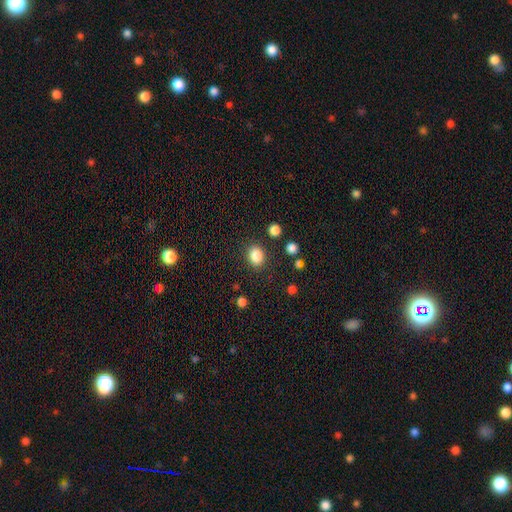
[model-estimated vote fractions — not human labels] The model was most divided on "how rounded": round: 64%, in between: 35%, cigar-shaped: 1%. More confident: merging — none (86%); smooth or featured — smooth (85%).